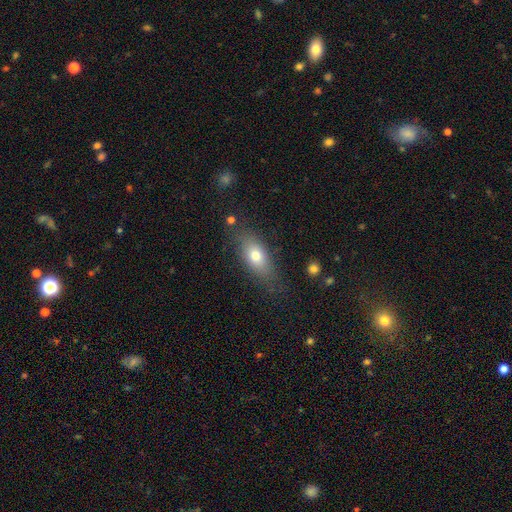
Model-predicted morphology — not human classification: type=smooth (73%); roundness=in between (79%); merging=none (73%).